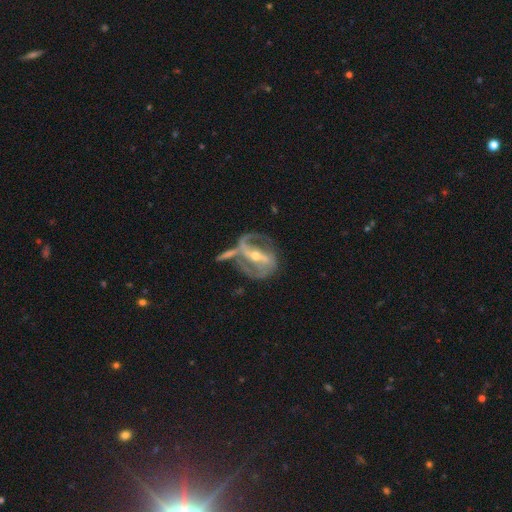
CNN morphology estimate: A featured or disk galaxy (88%) with a strong bar (64%), 2 (76%) medium (47%) spiral arms (90%) and a moderate central bulge (49%).

Vote fractions:
- Smooth or featured? featured or disk: 88% / smooth: 6% / star or artifact: 6%
- Edge-on disk? no: 94% / yes: 6%
- Bar? strong: 64% / weak: 25% / no: 11%
- Spiral arms? yes: 90% / no: 10%
- Spiral winding? medium: 47% / tight: 29% / loose: 24%
- Spiral arm count? 2: 76% / can't tell: 9% / 1: 6% / 3: 5% / 4: 2% / more than 4: 2%
- Bulge size? moderate: 49% / small: 47% / large: 2% / none: 1% / dominant: 1%
- Merging? none: 43% / merger: 21% / major disturbance: 18% / minor disturbance: 18%